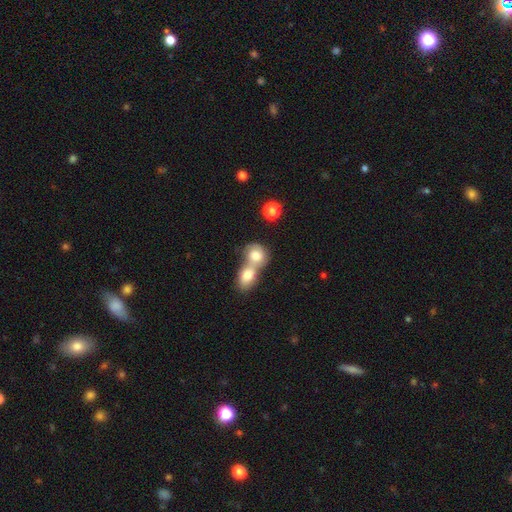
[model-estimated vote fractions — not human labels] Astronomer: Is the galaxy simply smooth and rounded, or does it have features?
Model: smooth — 76%.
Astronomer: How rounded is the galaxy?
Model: round — 54% (runner-up: in between, 44%).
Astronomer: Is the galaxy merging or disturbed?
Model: merger — 73%.